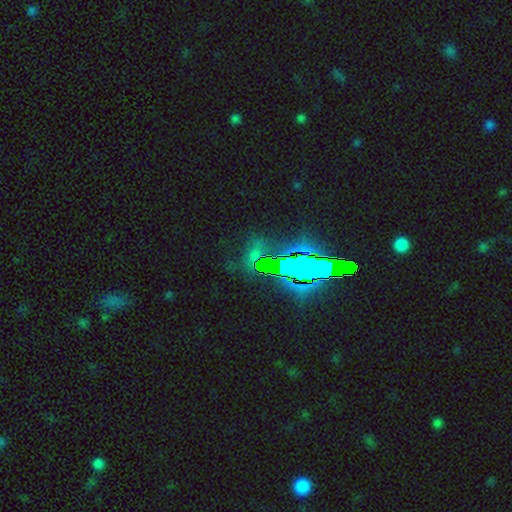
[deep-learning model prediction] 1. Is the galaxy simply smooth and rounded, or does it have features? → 71% star or artifact, 16% smooth, 13% featured or disk.